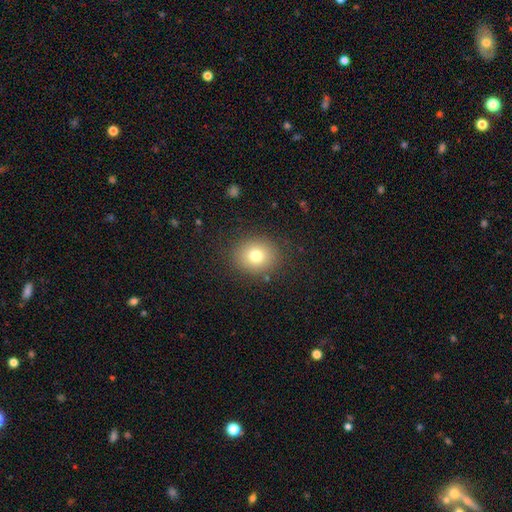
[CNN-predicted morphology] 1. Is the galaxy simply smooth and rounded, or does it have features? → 76% smooth, 13% star or artifact, 11% featured or disk.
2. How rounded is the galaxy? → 71% round, 28% in between, 1% cigar-shaped.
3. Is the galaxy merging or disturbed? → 86% none, 9% minor disturbance, 4% major disturbance, 1% merger.